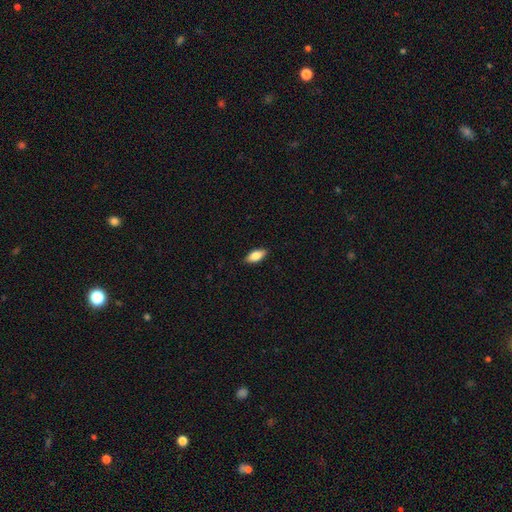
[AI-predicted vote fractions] Smooth or featured: smooth — 80% (featured or disk — 14%)
How rounded: in between — 86% (cigar-shaped — 12%)
Merging: none — 88% (minor disturbance — 9%)